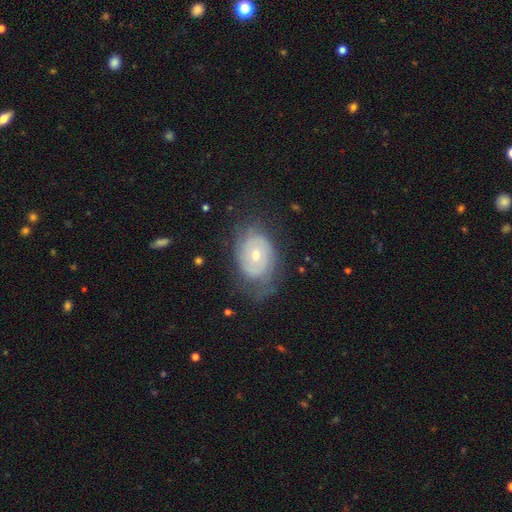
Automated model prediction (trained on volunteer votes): The model was most divided on "bulge size" (2-way tie): small: 48%, moderate: 48%, large: 2%, none: 1%, dominant: 1%. Remaining: edge-on disk — no (96%); spiral arms — yes (86%); smooth or featured — featured or disk (74%); bar — no (72%); spiral winding — tight (66%); merging — none (65%); spiral arm count — 2 (43%).